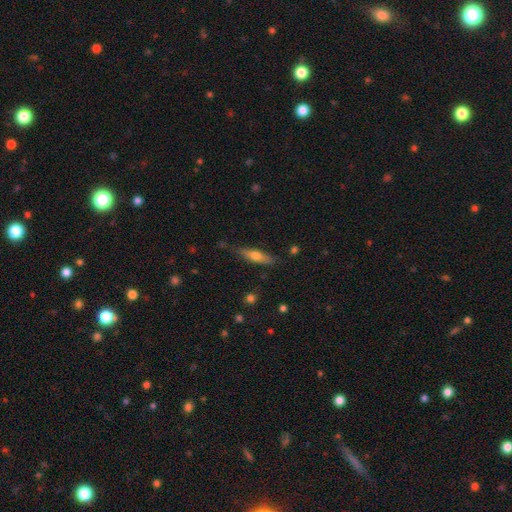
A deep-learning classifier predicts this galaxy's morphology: smooth-or-featured: smooth: 50% | featured or disk: 44% | star or artifact: 7%
  merging: none: 74% | minor disturbance: 19% | major disturbance: 4% | merger: 2%